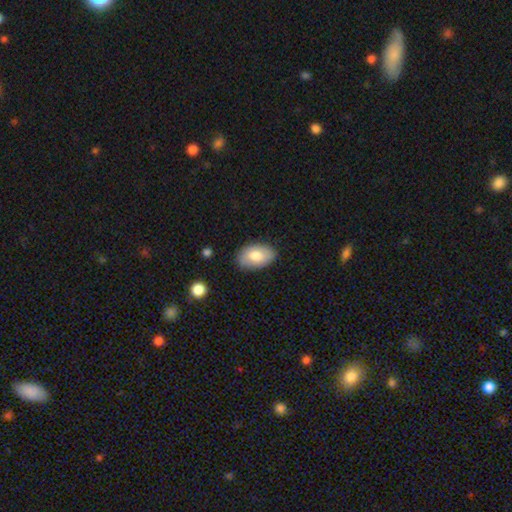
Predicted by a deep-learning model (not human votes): smooth_or_featured: smooth (p=0.78) [alt: featured or disk p=0.16]
how_rounded: in between (p=0.92) [alt: round p=0.07]
merging: none (p=0.83) [alt: minor disturbance p=0.13]